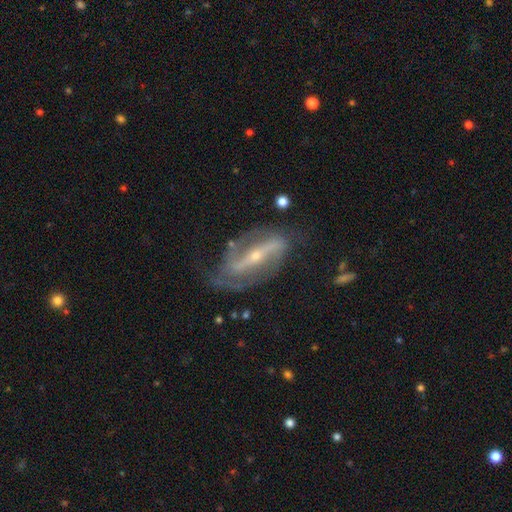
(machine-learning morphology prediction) smooth-or-featured: featured or disk: 88% | smooth: 7% | star or artifact: 5%
  disk-edge-on: no: 88% | yes: 12%
    bar: strong: 69% | weak: 18% | no: 13%
    has-spiral-arms: yes: 92% | no: 8%
      spiral-winding: medium: 41% | loose: 32% | tight: 27%
      spiral-arm-count: 2: 87% | can't tell: 6% | 1: 2% | 3: 2% | 4: 1% | more than 4: 1%
    bulge-size: small: 68% | moderate: 29% | large: 1% | none: 1% | dominant: 1%
  merging: none: 69% | minor disturbance: 19% | major disturbance: 9% | merger: 2%